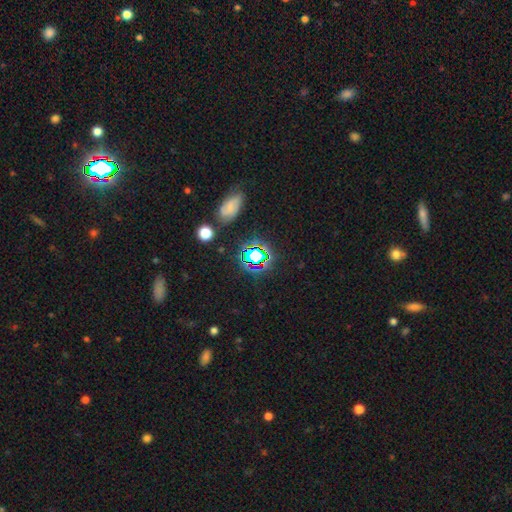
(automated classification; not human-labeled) Q: Smooth or featured?
A: star or artifact (62%); runner-up: smooth (26%)